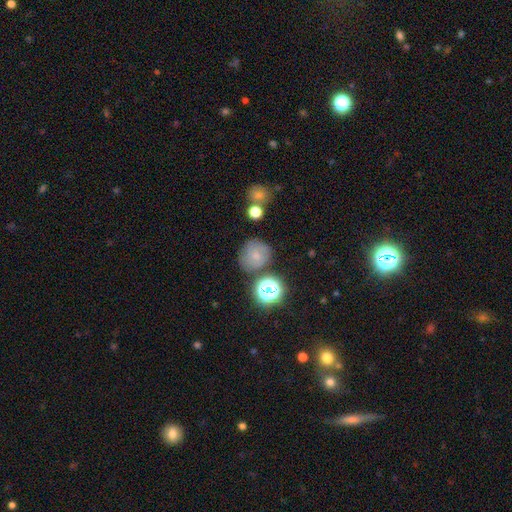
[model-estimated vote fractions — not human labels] smooth-or-featured: smooth: 63% | featured or disk: 19% | star or artifact: 18%
  how-rounded: round: 84% | in between: 15% | cigar-shaped: 1%
  merging: none: 69% | minor disturbance: 16% | merger: 9% | major disturbance: 6%